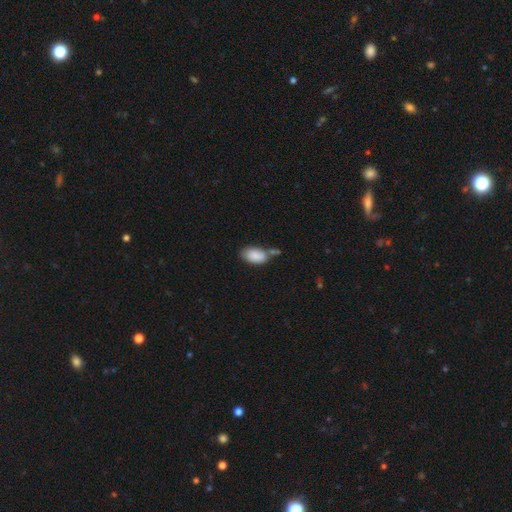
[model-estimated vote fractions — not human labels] Smooth or featured: smooth — 86% (star or artifact — 7%)
How rounded: in between — 93% (round — 5%)
Merging: none — 44% (merger — 26%)